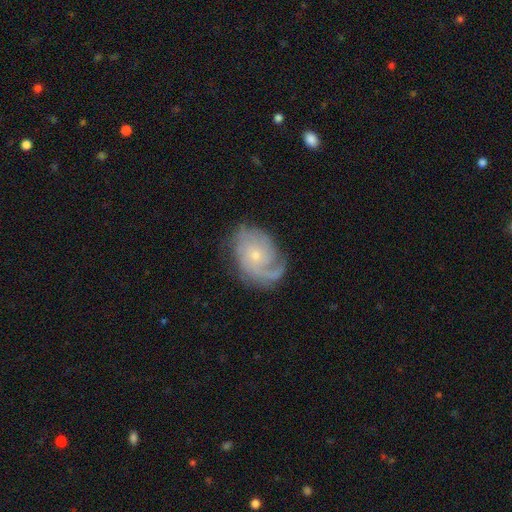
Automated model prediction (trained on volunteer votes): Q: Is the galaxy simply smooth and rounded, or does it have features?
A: featured or disk — 82%.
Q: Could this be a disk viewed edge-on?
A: no — 97%.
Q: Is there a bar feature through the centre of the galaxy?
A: no — 75%.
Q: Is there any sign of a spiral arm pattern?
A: yes — 95%.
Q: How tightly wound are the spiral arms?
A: tight — 45%.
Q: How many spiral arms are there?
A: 2 — 37%.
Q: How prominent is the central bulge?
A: small — 75%.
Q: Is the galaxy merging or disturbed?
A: none — 67%.